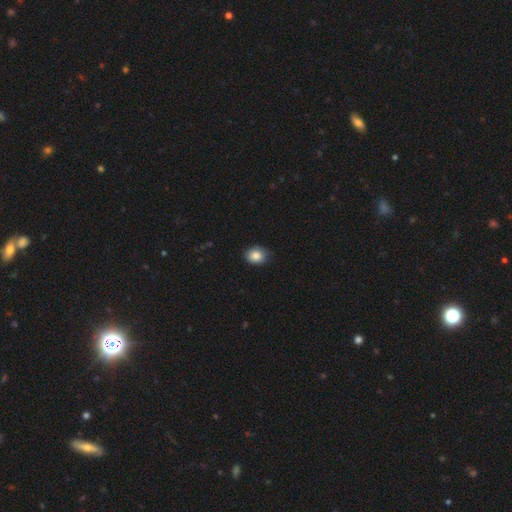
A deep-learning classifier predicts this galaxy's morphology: Q: Smooth or featured?
A: smooth (86%); runner-up: star or artifact (9%)
Q: How rounded?
A: round (55%); runner-up: in between (44%)
Q: Merging?
A: none (84%); runner-up: minor disturbance (13%)